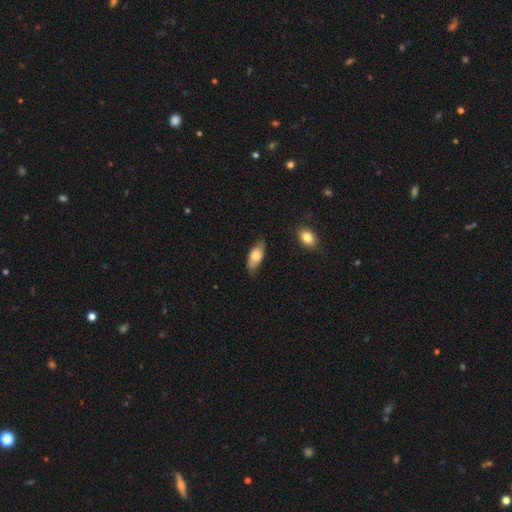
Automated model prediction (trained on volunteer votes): Smooth or featured: smooth — 72% (featured or disk — 22%)
How rounded: in between — 83% (cigar-shaped — 14%)
Merging: none — 76% (minor disturbance — 19%)